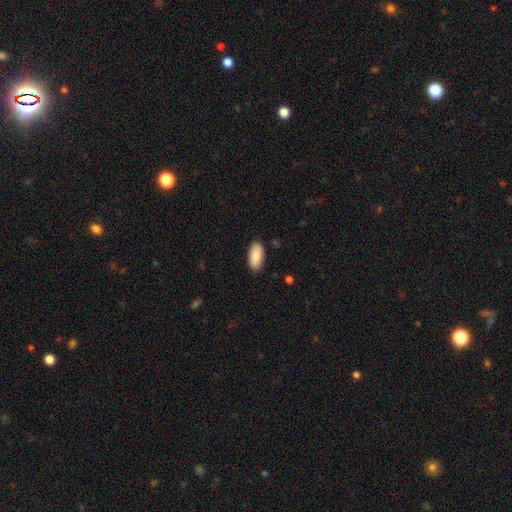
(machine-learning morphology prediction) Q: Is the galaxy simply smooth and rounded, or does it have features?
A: smooth — 88%.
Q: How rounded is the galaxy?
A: in between — 92%.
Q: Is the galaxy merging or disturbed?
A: none — 88%.